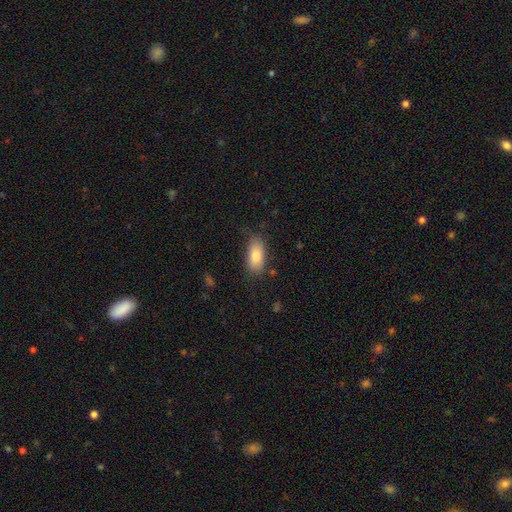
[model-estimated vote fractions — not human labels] Q: Smooth or featured?
A: smooth (84%); runner-up: featured or disk (9%)
Q: How rounded?
A: in between (86%); runner-up: cigar-shaped (11%)
Q: Merging?
A: none (76%); runner-up: minor disturbance (18%)